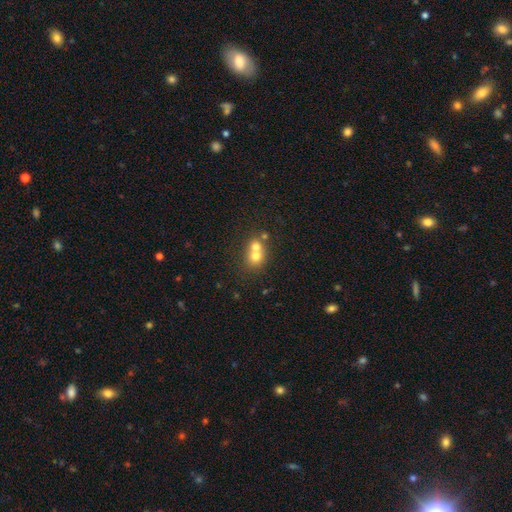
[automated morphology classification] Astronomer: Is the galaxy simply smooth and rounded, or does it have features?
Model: smooth — 67%.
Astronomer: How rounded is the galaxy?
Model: round — 74%.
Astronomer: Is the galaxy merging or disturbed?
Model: merger — 66%.